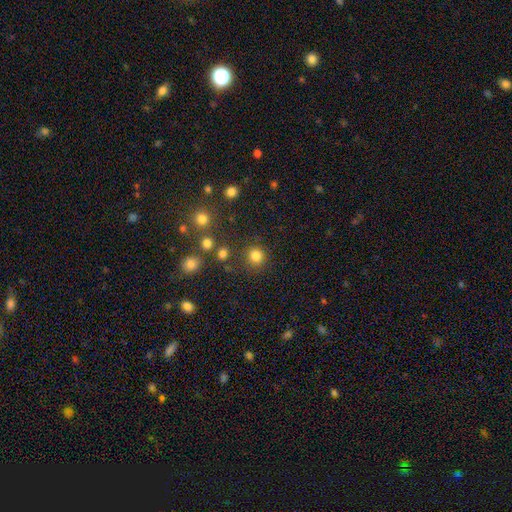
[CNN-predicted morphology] Smooth or featured: smooth — 82% (star or artifact — 13%)
How rounded: round — 90% (in between — 9%)
Merging: none — 83% (minor disturbance — 8%)